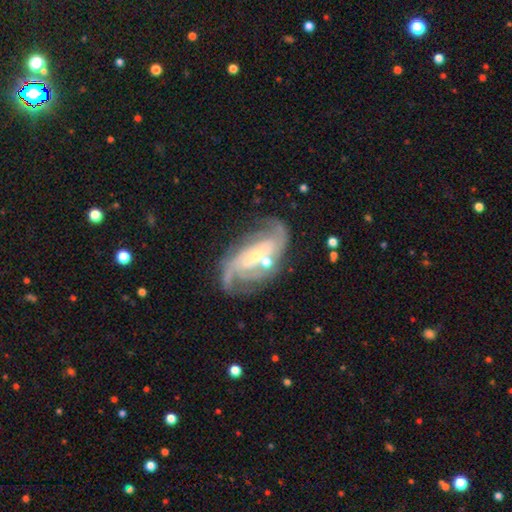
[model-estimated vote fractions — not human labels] This is clearly a featured or disk galaxy (88%). It is clearly not viewed edge-on (96%). Bar: marginally weak (40%). Spiral arm pattern: clearly yes (97%). Spiral arm count: marginally 2 (43%). Spiral winding: possibly tight (46%). Central bulge: likely small (61%). Merging: likely none (63%).